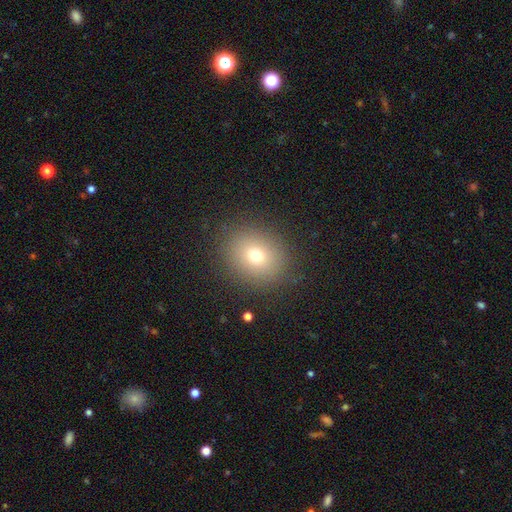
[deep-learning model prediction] This is likely a smooth galaxy (72%). How rounded: likely round (70%). Merging: clearly none (87%).